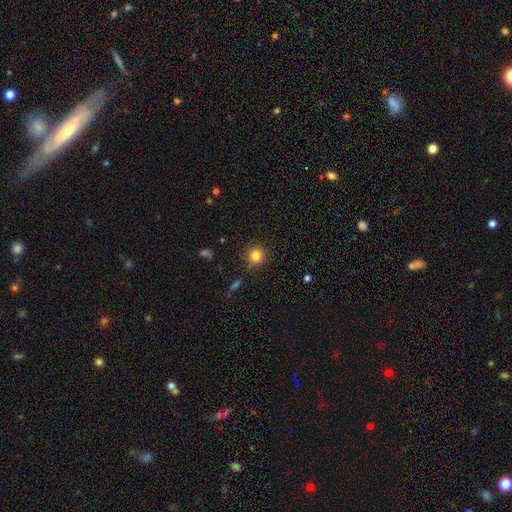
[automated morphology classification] smooth 82%, star or artifact 12%, featured or disk 6%. Down the decision tree: how rounded — round (93%); merging — none (87%).